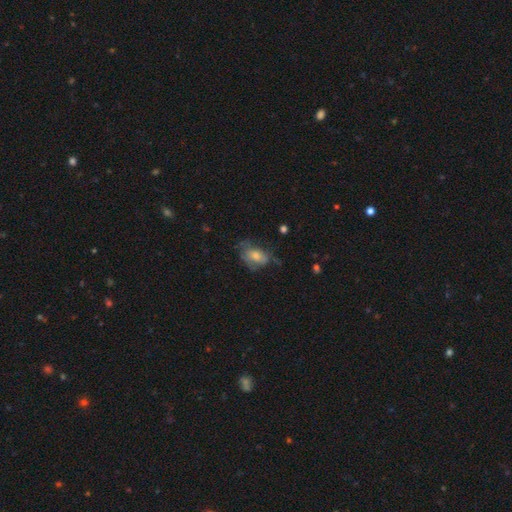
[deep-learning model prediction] Smooth or featured? smooth (45%)
Merging? none (48%)